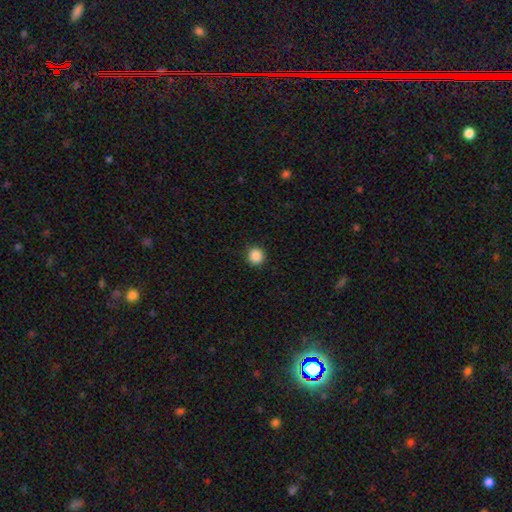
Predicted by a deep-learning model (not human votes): Overall: smooth (88%). How rounded: round (94%). Merging: none (91%).